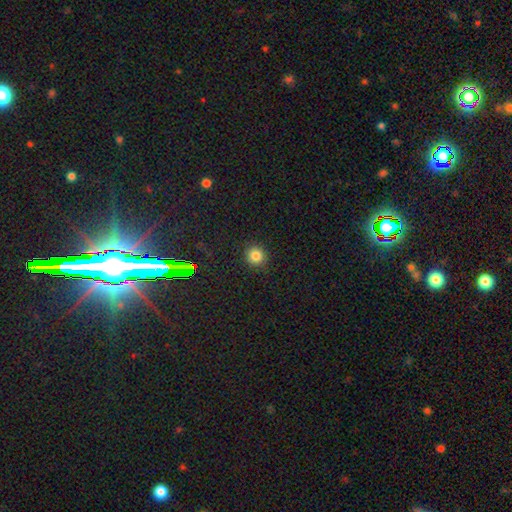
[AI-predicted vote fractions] A smooth galaxy with no disk features (83%) that is round (93%).

Vote fractions:
- Smooth or featured? smooth: 83% / star or artifact: 13% / featured or disk: 5%
- How rounded? round: 93% / in between: 6% / cigar-shaped: 1%
- Merging? none: 91% / minor disturbance: 6% / major disturbance: 2% / merger: 1%